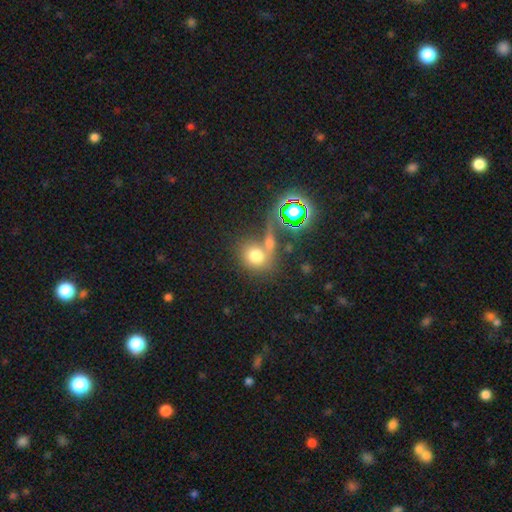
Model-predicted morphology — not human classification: A smooth galaxy with no disk features (69%) that is round (69%).

Vote fractions:
- Smooth or featured? smooth: 69% / star or artifact: 18% / featured or disk: 13%
- How rounded? round: 69% / in between: 30% / cigar-shaped: 2%
- Merging? none: 45% / merger: 38% / minor disturbance: 10% / major disturbance: 7%